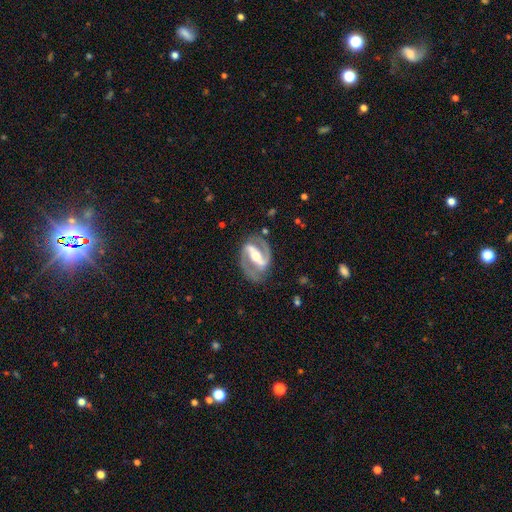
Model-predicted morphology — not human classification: A featured or disk galaxy (92%) with a strong bar (71%), 2 (93%) medium (57%) spiral arms (96%) and a moderate central bulge (68%).

Vote fractions:
- Smooth or featured? featured or disk: 92% / smooth: 4% / star or artifact: 4%
- Edge-on disk? no: 97% / yes: 3%
- Bar? strong: 71% / weak: 20% / no: 9%
- Spiral arms? yes: 96% / no: 4%
- Spiral winding? medium: 57% / tight: 28% / loose: 15%
- Spiral arm count? 2: 93% / can't tell: 2% / 1: 2% / 3: 1% / 4: 1% / more than 4: 1%
- Bulge size? moderate: 68% / small: 23% / large: 7% / none: 1% / dominant: 1%
- Merging? none: 82% / minor disturbance: 12% / major disturbance: 5% / merger: 1%